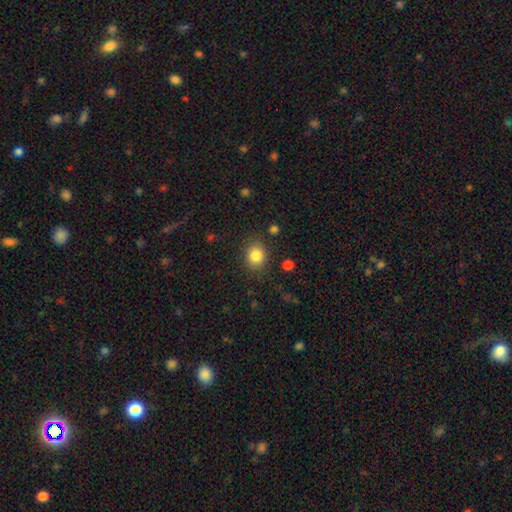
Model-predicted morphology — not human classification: smooth_or_featured: smooth (p=0.84) [alt: star or artifact p=0.10]
how_rounded: round (p=0.67) [alt: in between p=0.33]
merging: none (p=0.84) [alt: minor disturbance p=0.10]